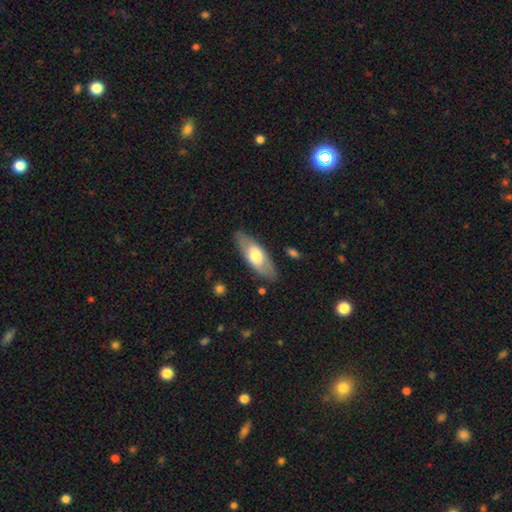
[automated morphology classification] smooth_or_featured: smooth (p=0.59) [alt: featured or disk p=0.35]
how_rounded: in between (p=0.74) [alt: cigar-shaped p=0.24]
merging: none (p=0.83) [alt: minor disturbance p=0.13]